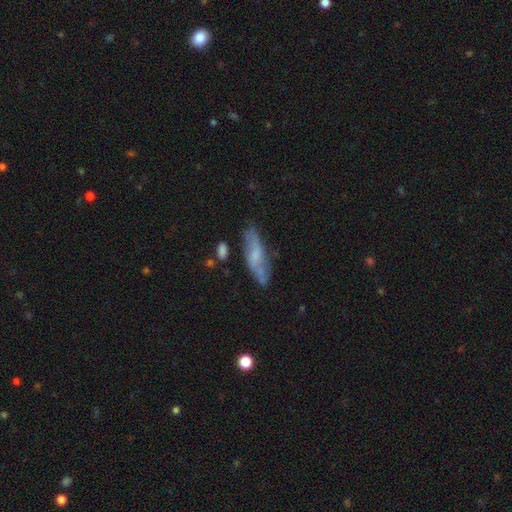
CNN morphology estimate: featured or disk 50%, smooth 42%, star or artifact 8%. Down the decision tree: edge-on disk — no (67%); merging — none (69%).